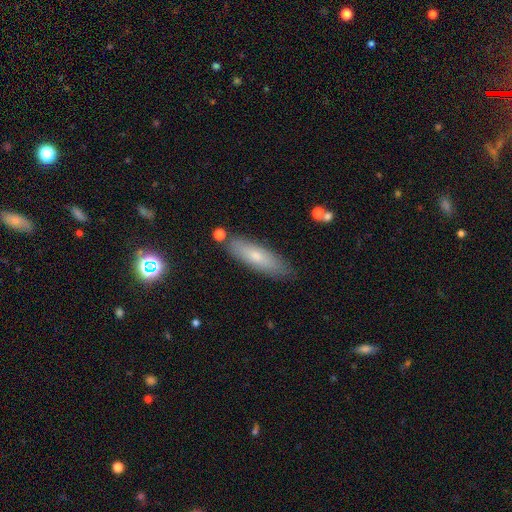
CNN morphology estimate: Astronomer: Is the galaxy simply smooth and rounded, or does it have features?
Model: smooth — 66%.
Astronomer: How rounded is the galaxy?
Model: cigar-shaped — 60% (runner-up: in between, 38%).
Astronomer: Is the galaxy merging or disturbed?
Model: none — 82%.